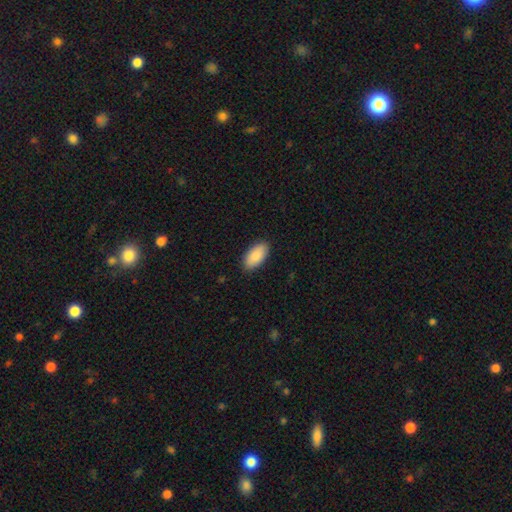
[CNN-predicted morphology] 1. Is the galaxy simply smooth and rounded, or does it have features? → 88% smooth, 6% star or artifact, 6% featured or disk.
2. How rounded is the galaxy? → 94% in between, 4% cigar-shaped, 2% round.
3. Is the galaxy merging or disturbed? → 89% none, 8% minor disturbance, 2% major disturbance, 1% merger.